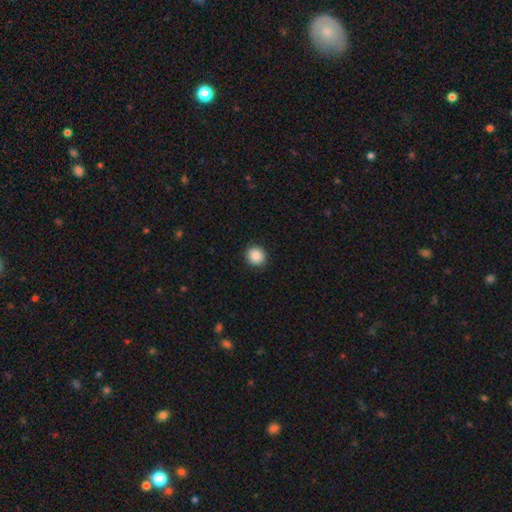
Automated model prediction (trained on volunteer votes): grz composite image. It shows a smooth galaxy with no disk features (89%) that is round (91%). Merging: none (92%).